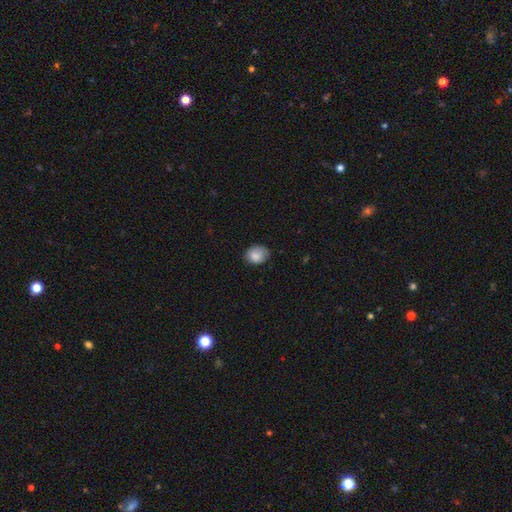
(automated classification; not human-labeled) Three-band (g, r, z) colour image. It shows a smooth galaxy with no disk features (85%) that is in between round and cigar-shaped (50%). Merging: none (66%).